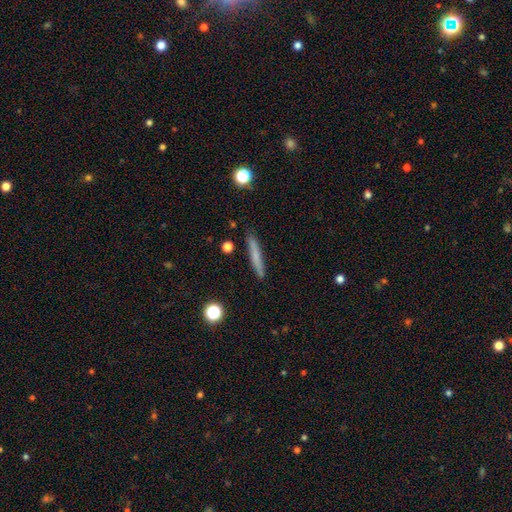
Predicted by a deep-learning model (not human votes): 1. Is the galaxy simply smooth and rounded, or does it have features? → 68% smooth, 24% featured or disk, 8% star or artifact.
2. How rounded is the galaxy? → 94% cigar-shaped, 4% in between, 2% round.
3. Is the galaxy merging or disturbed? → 87% none, 9% minor disturbance, 2% major disturbance, 2% merger.